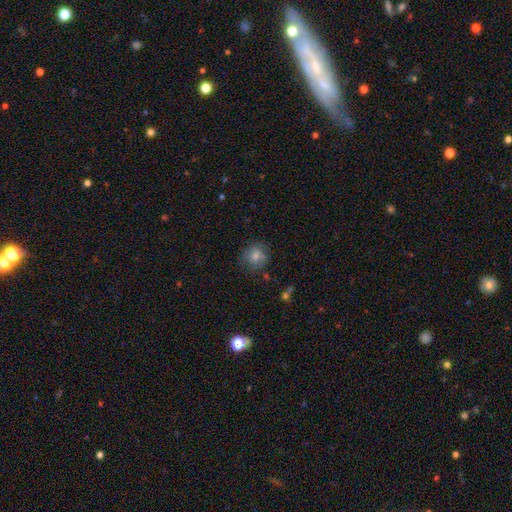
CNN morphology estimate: smooth_or_featured: smooth (p=0.72) [alt: star or artifact p=0.16]
how_rounded: round (p=0.85) [alt: in between p=0.14]
merging: none (p=0.81) [alt: minor disturbance p=0.13]